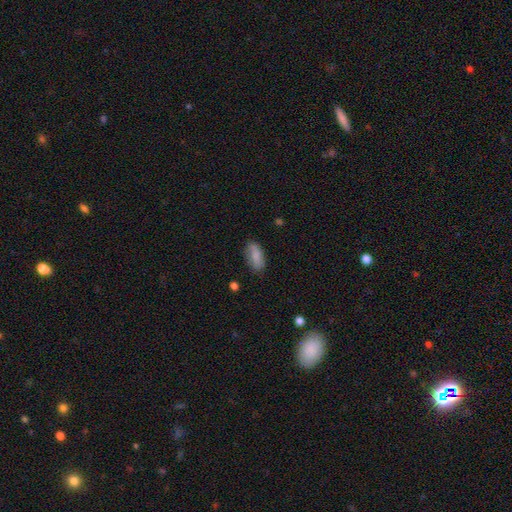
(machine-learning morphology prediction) This is clearly a smooth galaxy (83%). How rounded: clearly in between (83%). Merging: likely none (77%).